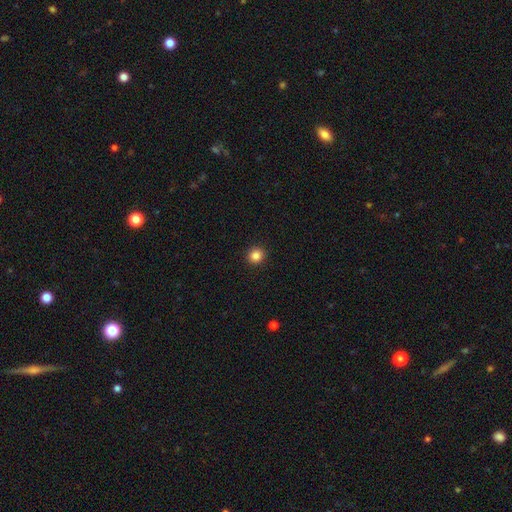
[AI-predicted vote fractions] Overall: smooth (85%). How rounded: round (90%). Merging: none (93%).